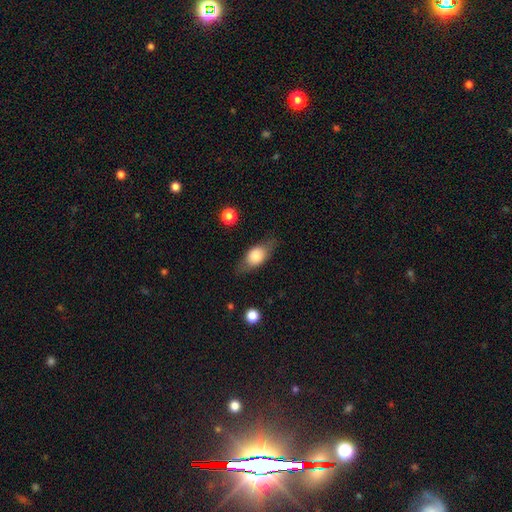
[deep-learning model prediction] Smooth or featured? smooth (66%)
How rounded? in between (75%)
Merging? none (74%)